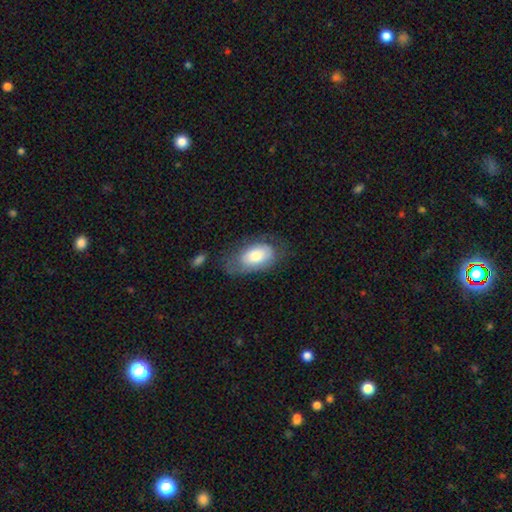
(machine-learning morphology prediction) Smooth or featured? smooth (70%)
How rounded? in between (93%)
Merging? none (51%)